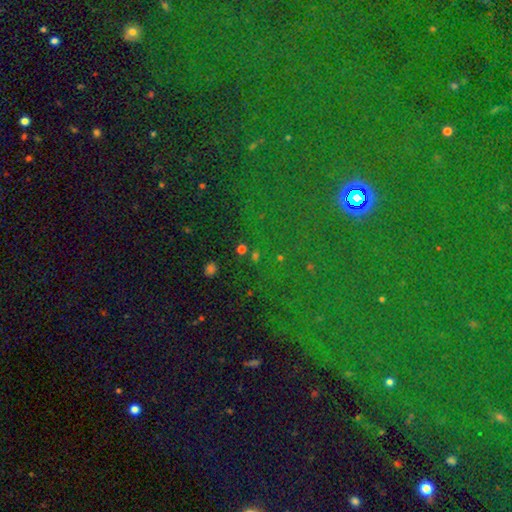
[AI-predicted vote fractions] This is likely a star or artifact rather than a galaxy (68%).